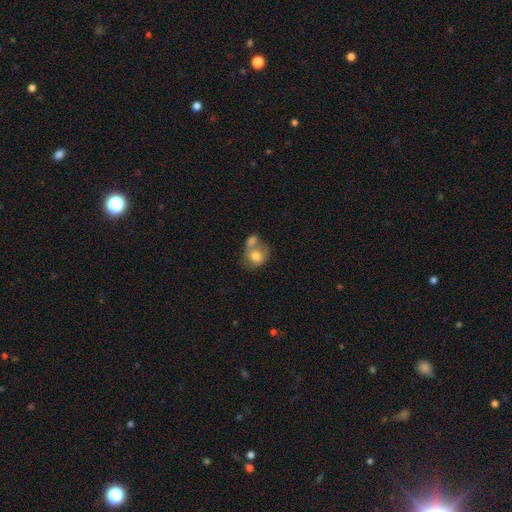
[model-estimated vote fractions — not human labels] Smooth or featured?
  - smooth: 75% *
  - featured or disk: 17%
  - star or artifact: 8%
How rounded?
  - round: 62% *
  - in between: 37%
  - cigar-shaped: 1%
Merging?
  - merger: 55% *
  - none: 28%
  - minor disturbance: 11%
  - major disturbance: 6%